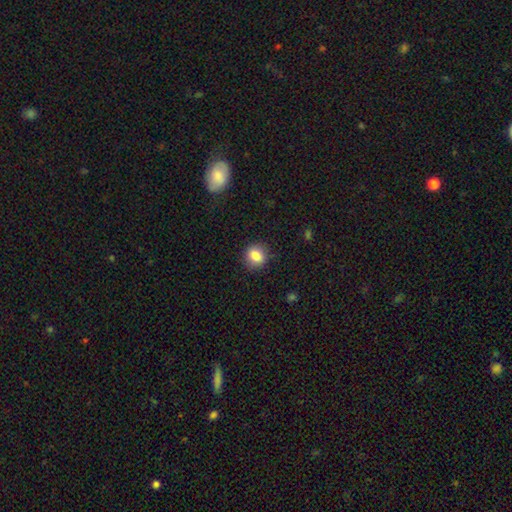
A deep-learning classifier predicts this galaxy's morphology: Smooth or featured? smooth (83%)
How rounded? round (73%)
Merging? none (85%)